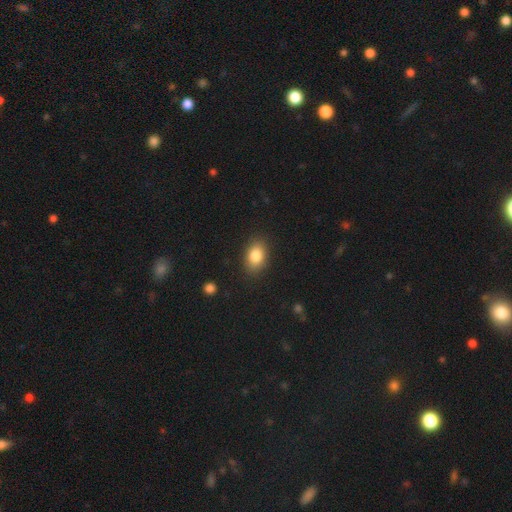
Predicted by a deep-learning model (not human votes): smooth 83%, star or artifact 9%, featured or disk 8%. Down the decision tree: how rounded — in between (82%); merging — none (87%).